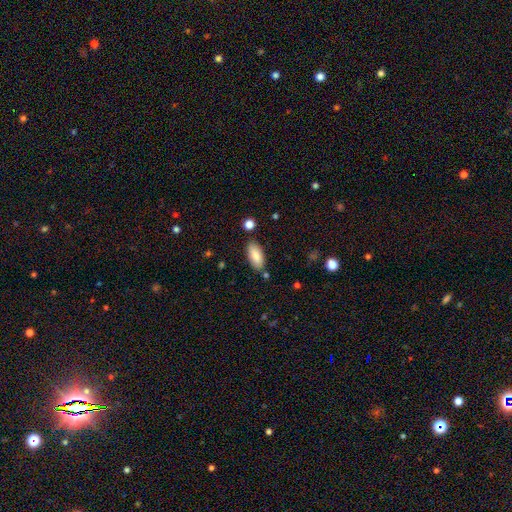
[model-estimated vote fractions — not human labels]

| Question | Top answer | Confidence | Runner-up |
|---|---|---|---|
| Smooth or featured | smooth | 86% | featured or disk (8%) |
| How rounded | in between | 88% | cigar-shaped (10%) |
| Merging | none | 83% | minor disturbance (11%) |